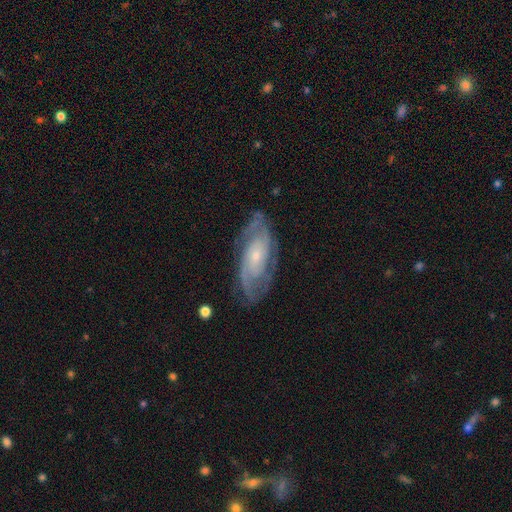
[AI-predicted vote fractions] featured or disk 83%, smooth 11%, star or artifact 5%. Down the decision tree: edge-on disk — no (93%); bar — no (65%); spiral arms — yes (94%); spiral arm count — 2 (50%); spiral winding — tight (54%); bulge size — small (70%); merging — none (74%).